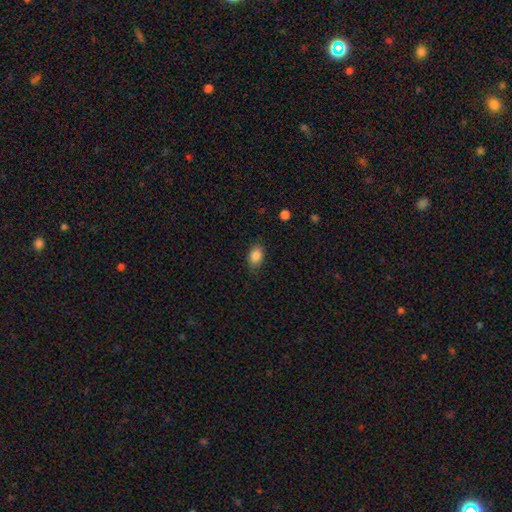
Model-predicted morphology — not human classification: This is clearly a smooth galaxy (86%). How rounded: likely in between (79%). Merging: likely none (79%).